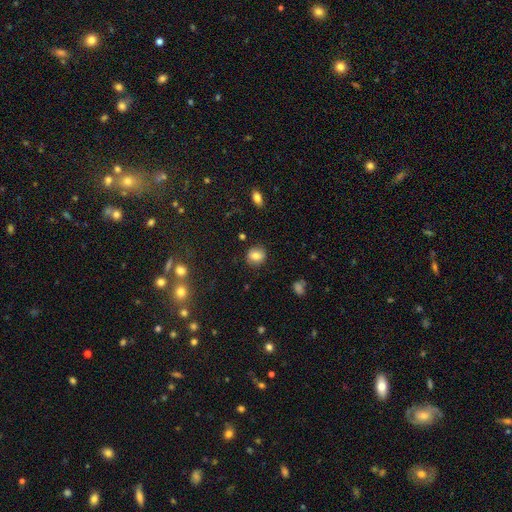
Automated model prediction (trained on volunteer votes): Overall: smooth (79%). How rounded: round (76%). Merging: none (85%).